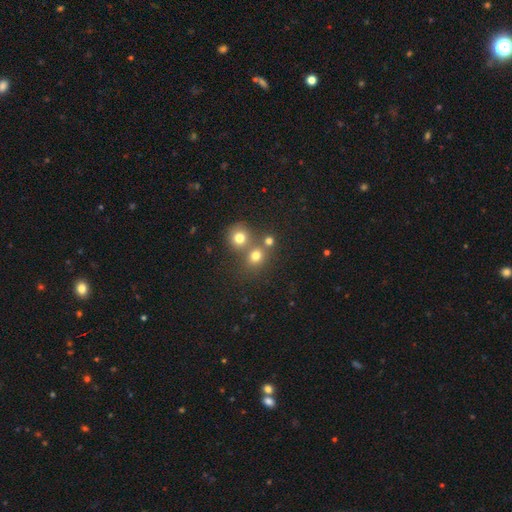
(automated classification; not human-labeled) The model was most divided on "merging": none: 56%, merger: 33%, minor disturbance: 8%, major disturbance: 4%. More confident: how rounded — round (82%); smooth or featured — smooth (74%).